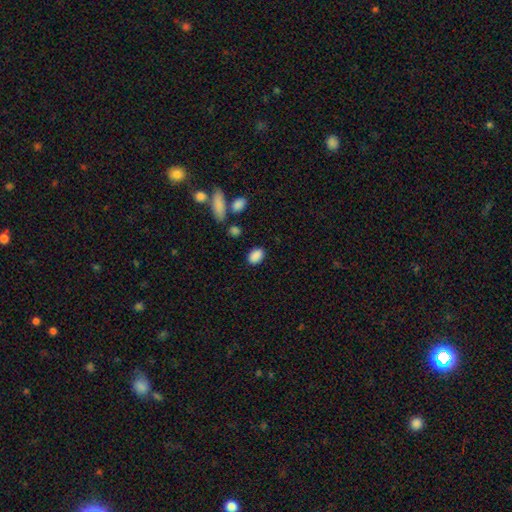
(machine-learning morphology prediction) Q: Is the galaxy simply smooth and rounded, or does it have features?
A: smooth — 88%.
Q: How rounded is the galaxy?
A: in between — 78%.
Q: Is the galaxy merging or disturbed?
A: none — 83%.